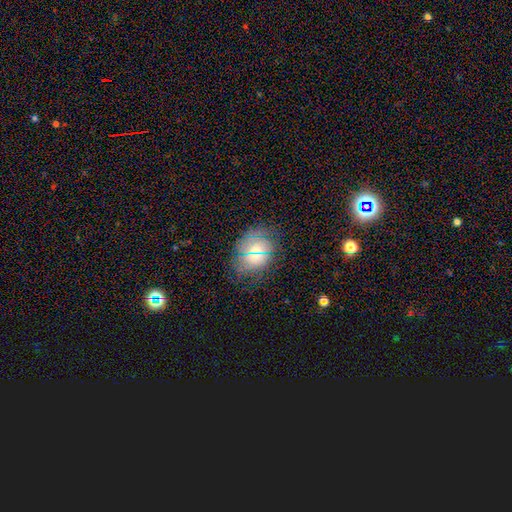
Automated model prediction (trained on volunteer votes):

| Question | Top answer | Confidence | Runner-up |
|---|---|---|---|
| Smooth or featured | smooth | 62% | featured or disk (21%) |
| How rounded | in between | 50% | round (48%) |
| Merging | none | 77% | minor disturbance (16%) |